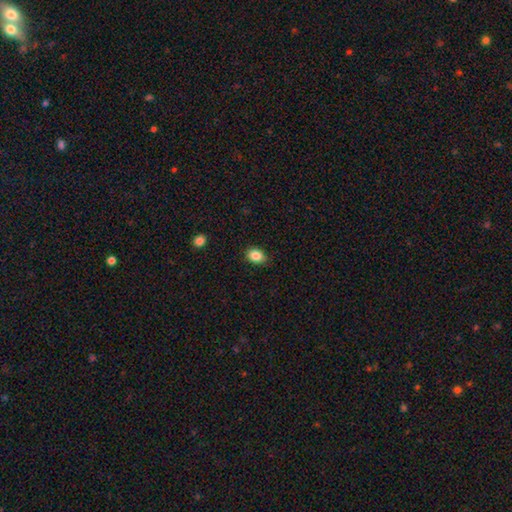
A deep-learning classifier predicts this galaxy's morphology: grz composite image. It shows a smooth galaxy with no disk features (86%) that is in between round and cigar-shaped (69%). Merging: none (84%).